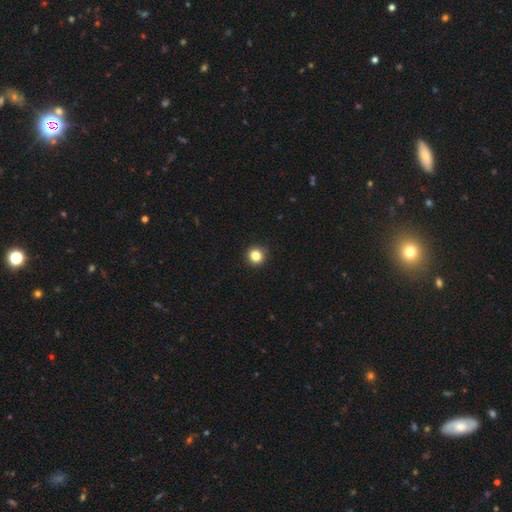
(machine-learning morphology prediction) Smooth or featured? smooth (83%)
How rounded? round (94%)
Merging? none (92%)